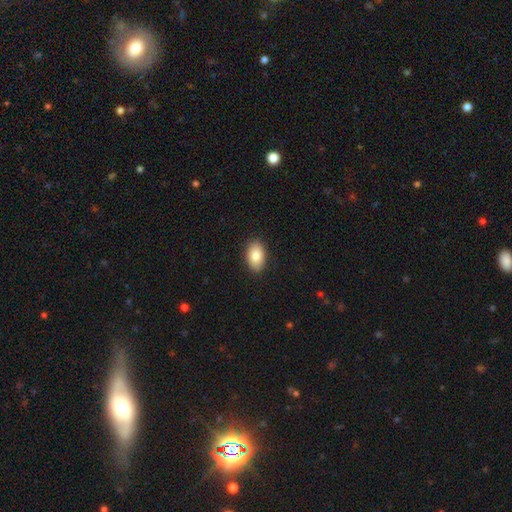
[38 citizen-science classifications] Q: Smooth or featured?
A: smooth (87%); runner-up: star or artifact (11%)
Q: How rounded?
A: in between (85%); runner-up: round (12%)
Q: Merging?
A: none (85%); runner-up: minor disturbance (9%)